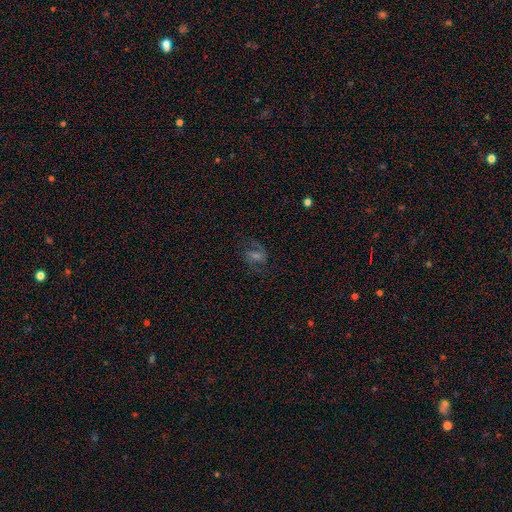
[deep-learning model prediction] Smooth or featured: featured or disk — 65% (smooth — 18%)
Edge-on disk: no — 96% (yes — 4%)
Bar: weak — 50% (no — 28%)
Spiral arms: yes — 90% (no — 10%)
Spiral winding: medium — 52% (loose — 31%)
Spiral arm count: 2 — 83% (can't tell — 8%)
Bulge size: small — 40% (moderate — 36%)
Merging: none — 73% (minor disturbance — 14%)